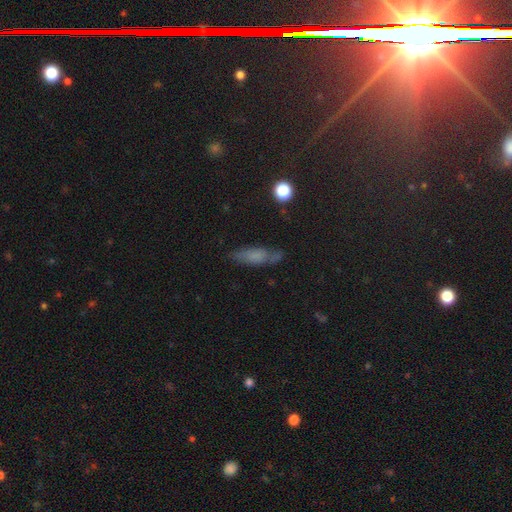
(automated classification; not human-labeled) Smooth or featured? Predicted: smooth (p=0.60). How rounded? Predicted: in between (p=0.51). Merging? Predicted: none (p=0.64).